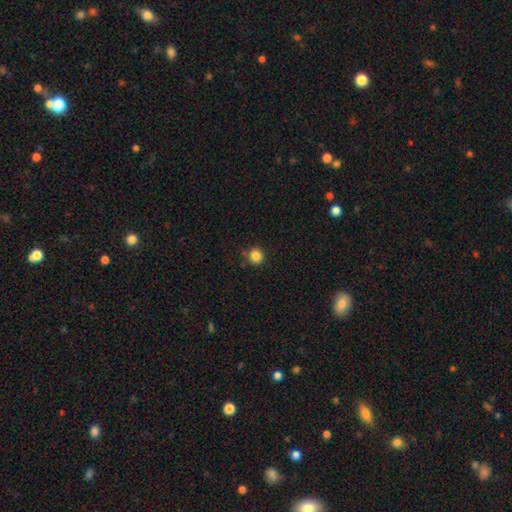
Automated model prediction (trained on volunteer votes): smooth-or-featured: smooth: 85% | star or artifact: 11% | featured or disk: 4%
  how-rounded: round: 89% | in between: 10% | cigar-shaped: 1%
  merging: none: 84% | minor disturbance: 10% | merger: 4% | major disturbance: 3%